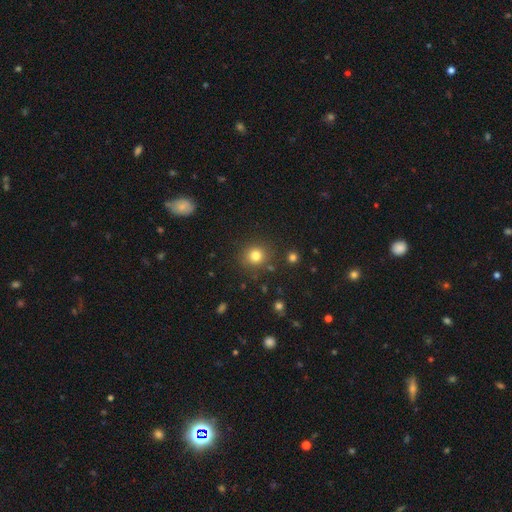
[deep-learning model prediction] A smooth galaxy with no disk features (80%) that is round (90%).

Vote fractions:
- Smooth or featured? smooth: 80% / star or artifact: 14% / featured or disk: 7%
- How rounded? round: 90% / in between: 10% / cigar-shaped: 1%
- Merging? none: 85% / minor disturbance: 8% / merger: 3% / major disturbance: 3%